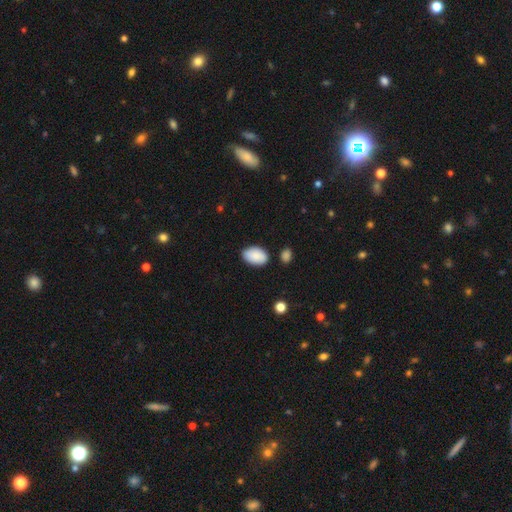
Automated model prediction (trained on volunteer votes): Morphology: type=smooth (89%); roundness=in between (92%); merging=none (79%).